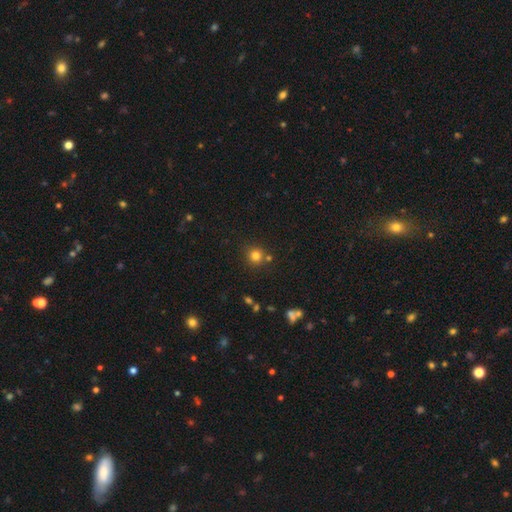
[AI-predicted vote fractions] Smooth or featured?
  - smooth: 79% *
  - star or artifact: 15%
  - featured or disk: 6%
How rounded?
  - round: 92% *
  - in between: 7%
  - cigar-shaped: 1%
Merging?
  - none: 78% *
  - merger: 11%
  - minor disturbance: 9%
  - major disturbance: 3%